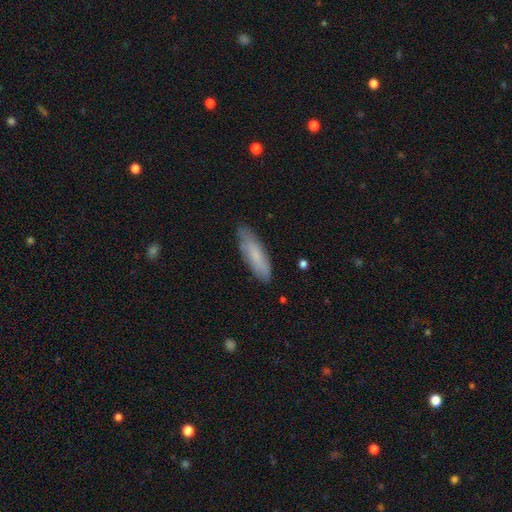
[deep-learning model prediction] Smooth or featured? smooth (76%)
How rounded? cigar-shaped (57%)
Merging? none (82%)